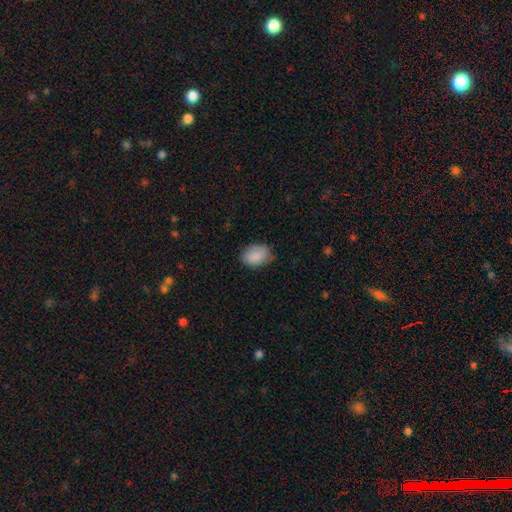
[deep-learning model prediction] smooth 87%, star or artifact 7%, featured or disk 6%. Down the decision tree: how rounded — in between (80%); merging — none (69%).